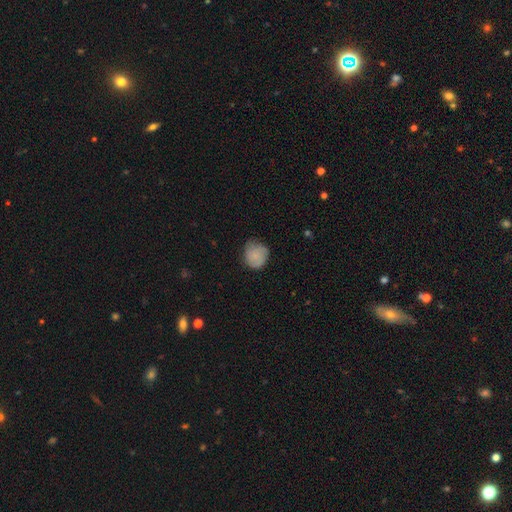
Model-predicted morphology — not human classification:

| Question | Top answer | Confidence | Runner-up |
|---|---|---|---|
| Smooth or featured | smooth | 69% | featured or disk (23%) |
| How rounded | round | 82% | in between (17%) |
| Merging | none | 66% | minor disturbance (26%) |